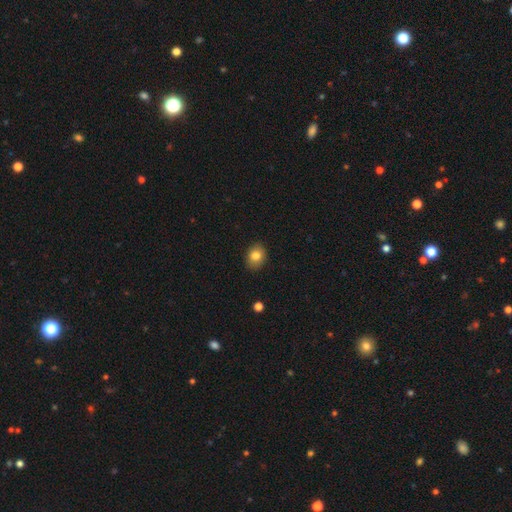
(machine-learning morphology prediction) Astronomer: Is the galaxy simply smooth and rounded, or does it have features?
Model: smooth — 83%.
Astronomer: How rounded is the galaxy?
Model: in between — 54% (runner-up: round, 45%).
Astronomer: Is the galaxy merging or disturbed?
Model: none — 87%.